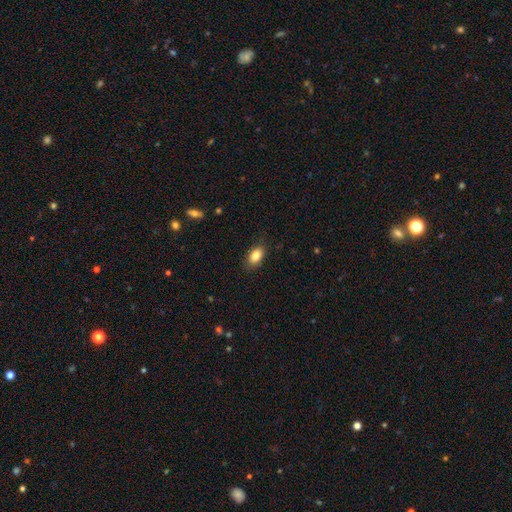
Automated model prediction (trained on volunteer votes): Smooth or featured? smooth (85%)
How rounded? in between (90%)
Merging? none (85%)